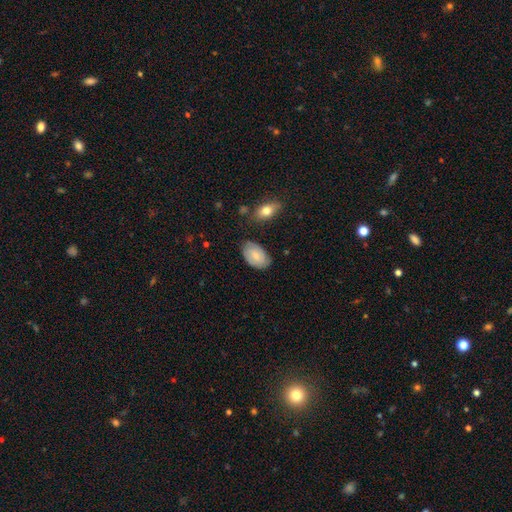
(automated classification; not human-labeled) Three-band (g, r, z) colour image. It shows a smooth galaxy with no disk features (65%) that is in between round and cigar-shaped (91%). Merging: none (73%).